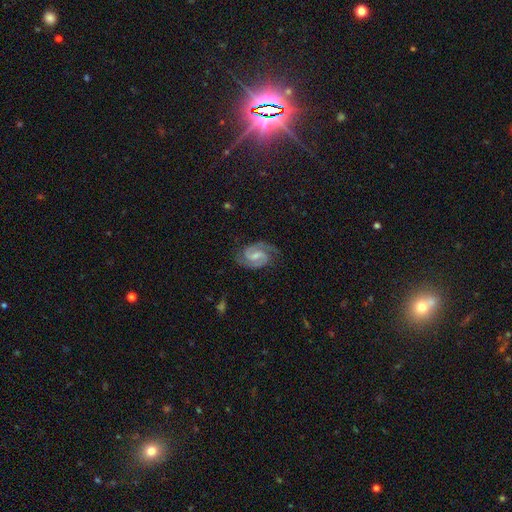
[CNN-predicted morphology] A featured or disk galaxy (91%) with a weak bar (57%), 2 (94%) medium (56%) spiral arms (98%) and a small central bulge (44%). Merging: none (81%).